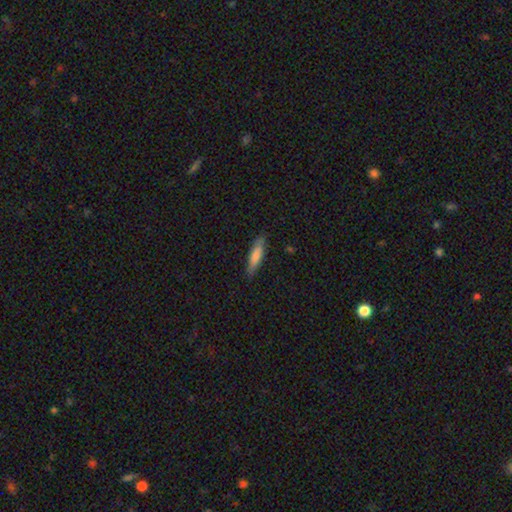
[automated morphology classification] Smooth or featured: smooth — 79% (featured or disk — 15%)
How rounded: cigar-shaped — 76% (in between — 23%)
Merging: none — 84% (minor disturbance — 13%)